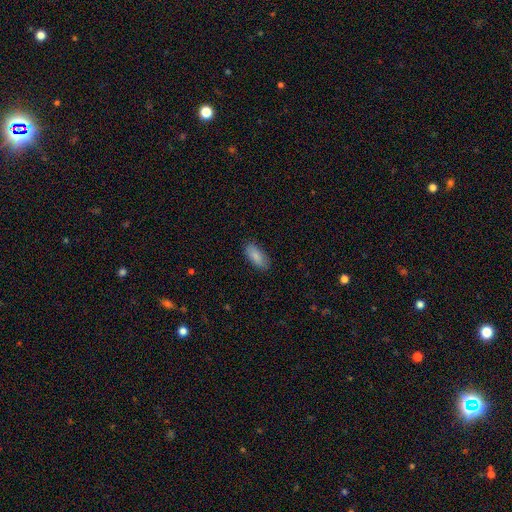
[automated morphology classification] A smooth galaxy with no disk features (87%) that is in between round and cigar-shaped (86%).

Vote fractions:
- Smooth or featured? smooth: 87% / featured or disk: 7% / star or artifact: 6%
- How rounded? in between: 86% / cigar-shaped: 13% / round: 2%
- Merging? none: 86% / minor disturbance: 11% / major disturbance: 2% / merger: 1%